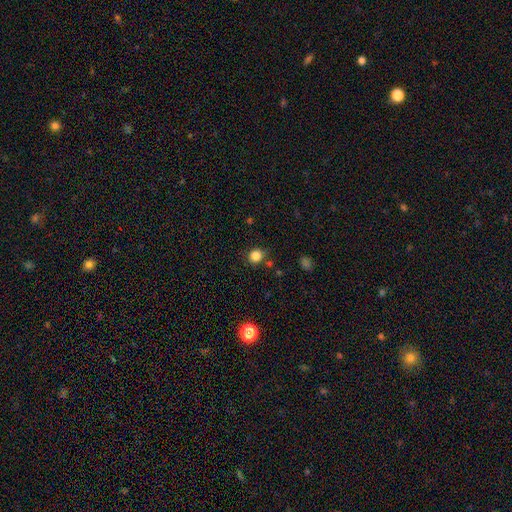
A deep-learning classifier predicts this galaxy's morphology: This appears to be a smooth galaxy with no disk features (83%) that is round (81%). Merging: none (78%).